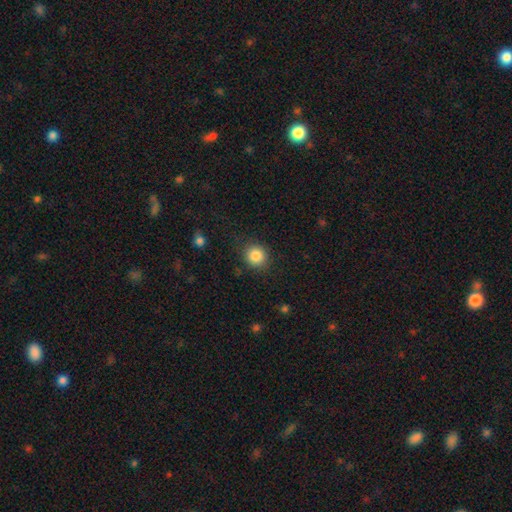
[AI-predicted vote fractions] Smooth or featured? Predicted: smooth (p=0.86). How rounded? Predicted: round (p=0.88). Merging? Predicted: none (p=0.86).